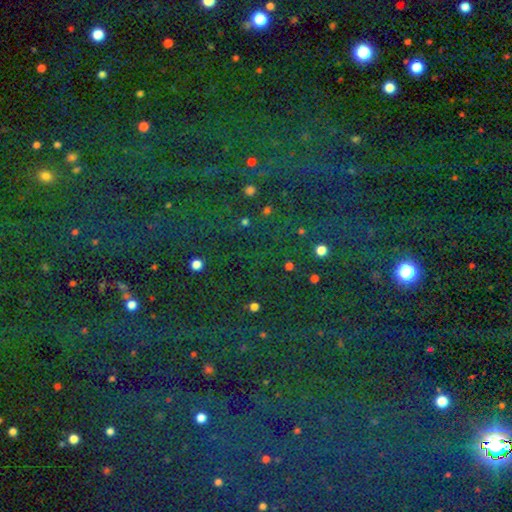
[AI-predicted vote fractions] Smooth or featured? Predicted: star or artifact (p=0.83).